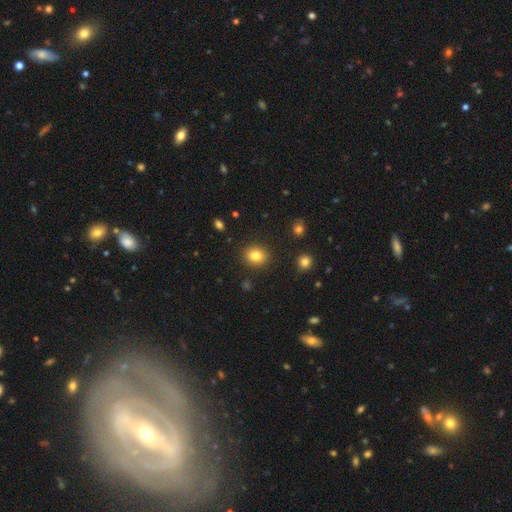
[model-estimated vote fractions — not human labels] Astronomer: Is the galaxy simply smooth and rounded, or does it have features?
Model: smooth — 83%.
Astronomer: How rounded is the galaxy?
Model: round — 67%.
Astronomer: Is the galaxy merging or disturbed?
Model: none — 89%.